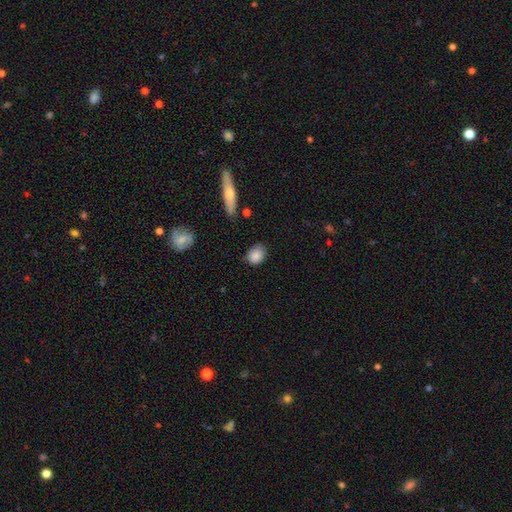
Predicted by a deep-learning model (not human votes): Smooth or featured? Predicted: smooth (p=0.85). How rounded? Predicted: in between (p=0.61). Merging? Predicted: none (p=0.67).